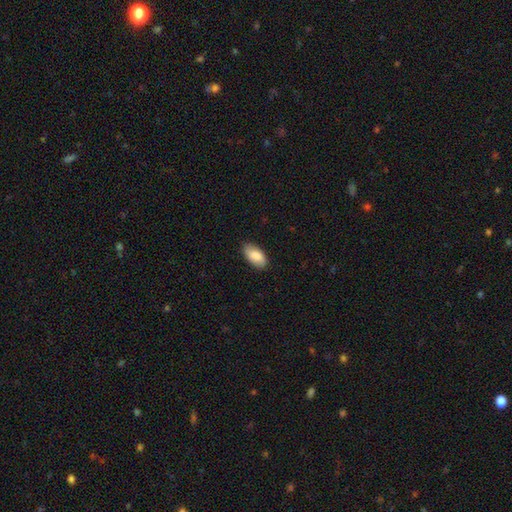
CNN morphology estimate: type=smooth (85%); roundness=in between (94%); merging=none (85%).